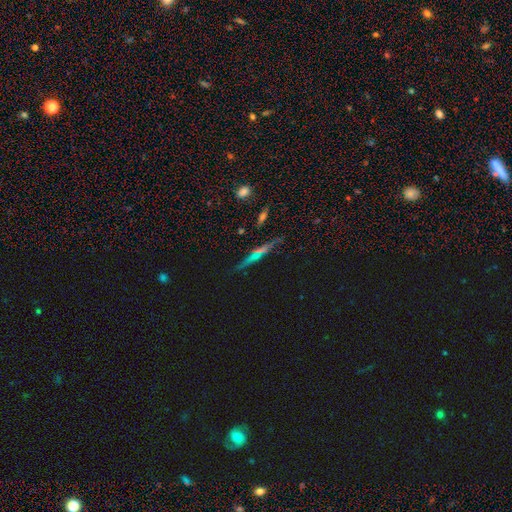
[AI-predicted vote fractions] featured or disk 49%, smooth 30%, star or artifact 21%. Down the decision tree: merging — none (83%).